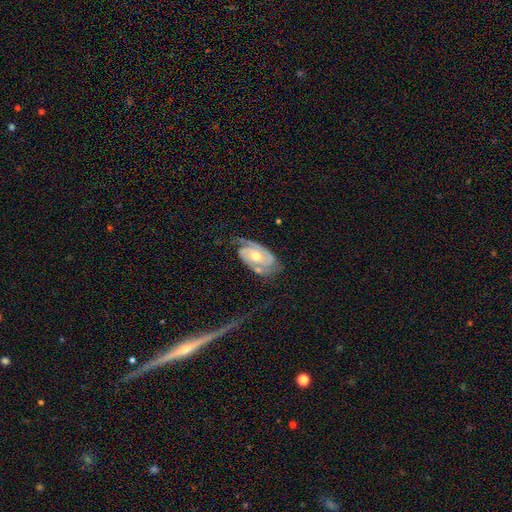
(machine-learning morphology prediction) Overall: featured or disk (88%). Edge-on disk: no (96%). Bar: no (62%; weak 28%). Spiral arms: yes (97%). Spiral arm count: 2 (80%). Spiral winding: tight (61%; medium 31%). Bulge size: moderate (62%; small 34%). Merging: none (64%).